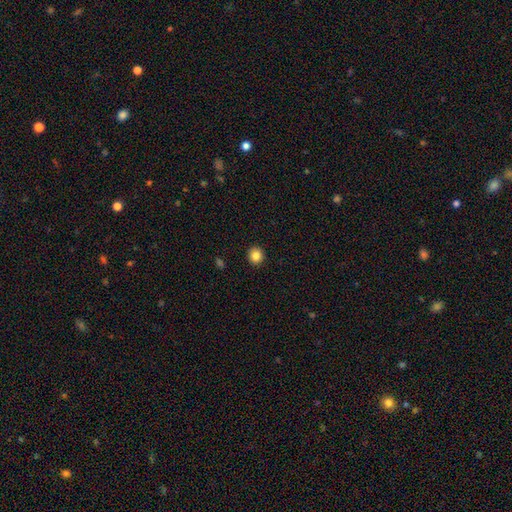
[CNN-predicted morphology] smooth 84%, star or artifact 11%, featured or disk 5%. Down the decision tree: how rounded — round (92%); merging — none (93%).